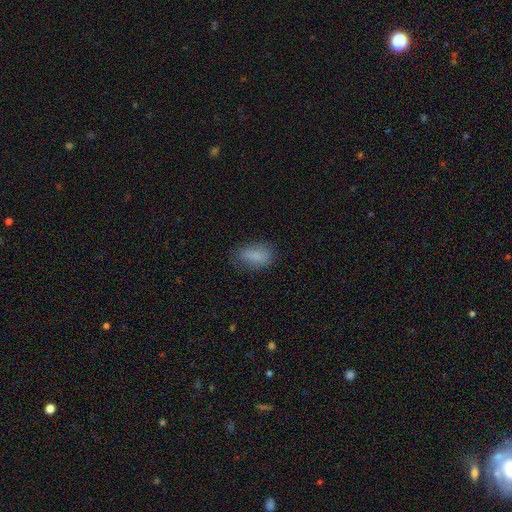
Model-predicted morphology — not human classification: smooth-or-featured: smooth: 85% | star or artifact: 8% | featured or disk: 8%
  how-rounded: in between: 89% | round: 6% | cigar-shaped: 5%
  merging: none: 72% | minor disturbance: 21% | major disturbance: 6% | merger: 1%